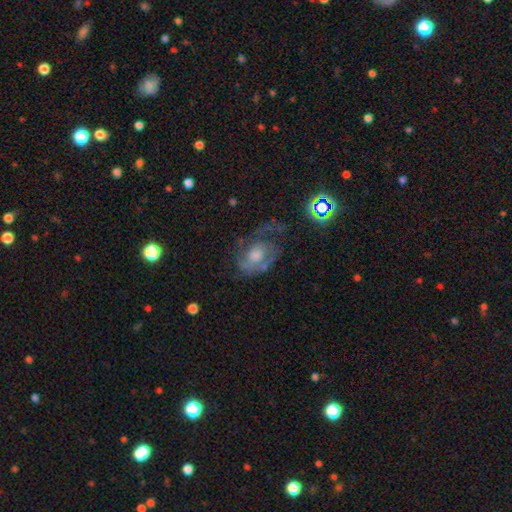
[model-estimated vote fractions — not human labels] This is likely a featured or disk galaxy (73%). It is clearly not viewed edge-on (96%). Bar: likely no (74%). Spiral arm pattern: clearly yes (83%). Spiral arm count: marginally 2 (44%). Spiral winding: marginally tight (43%). Central bulge: possibly moderate (52%). Merging: possibly none (57%).